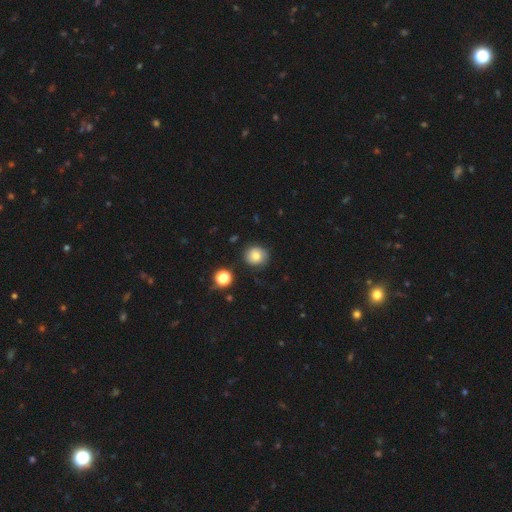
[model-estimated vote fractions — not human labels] A smooth galaxy with no disk features (70%) that is round (88%). Merging: none (81%).